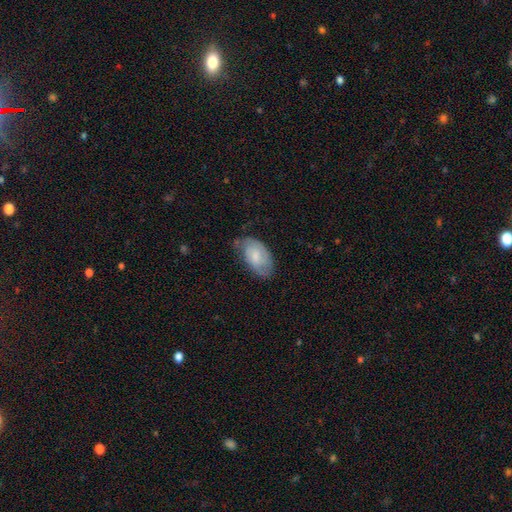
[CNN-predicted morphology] This is likely a smooth galaxy (64%). How rounded: clearly in between (94%). Merging: possibly none (58%).